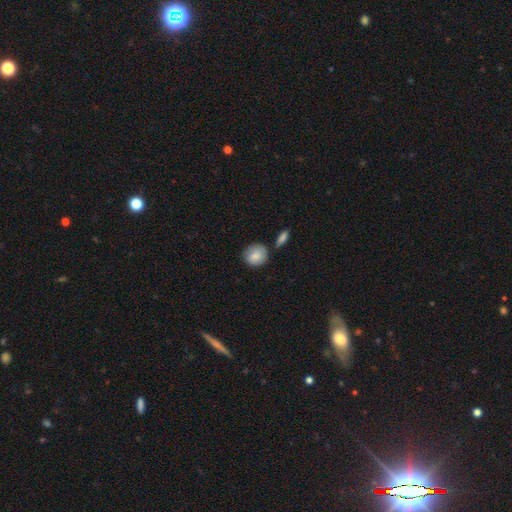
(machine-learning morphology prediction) type=smooth (83%); roundness=round (75%); merging=none (66%).